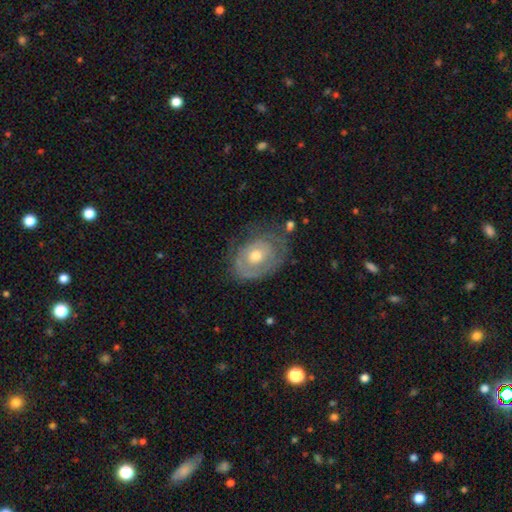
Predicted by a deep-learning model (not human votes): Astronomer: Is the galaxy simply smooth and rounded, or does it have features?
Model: featured or disk — 64%.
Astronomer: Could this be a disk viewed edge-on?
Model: no — 95%.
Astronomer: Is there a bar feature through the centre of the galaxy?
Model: no — 82%.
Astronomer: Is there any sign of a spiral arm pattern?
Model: yes — 56% (runner-up: no, 44%).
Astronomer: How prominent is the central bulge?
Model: moderate — 70%.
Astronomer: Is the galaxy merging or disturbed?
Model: none — 58%.